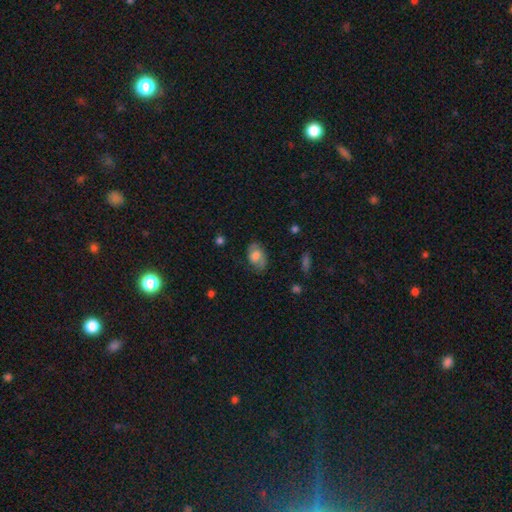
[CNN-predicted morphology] type=smooth (61%); roundness=in between (85%); merging=none (65%).